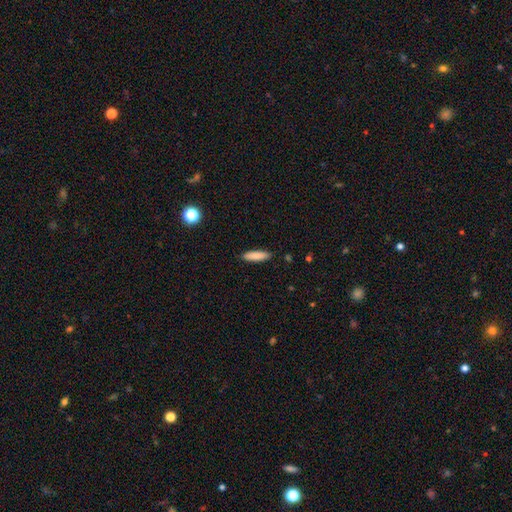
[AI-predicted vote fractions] Overall: smooth (85%). How rounded: cigar-shaped (69%). Merging: none (89%).